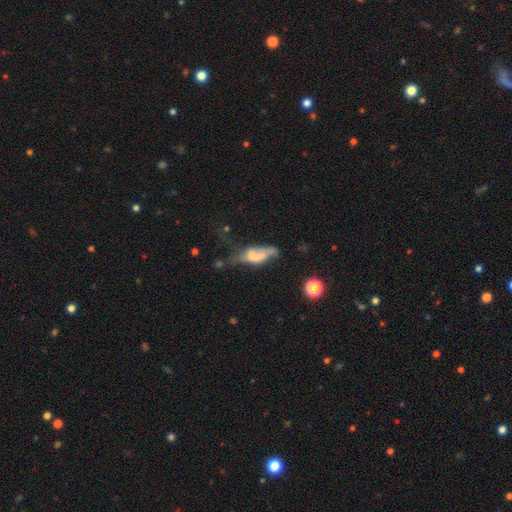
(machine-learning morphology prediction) Q: Smooth or featured?
A: smooth (47%); runner-up: featured or disk (43%)
Q: Merging?
A: major disturbance (31%); runner-up: merger (25%)